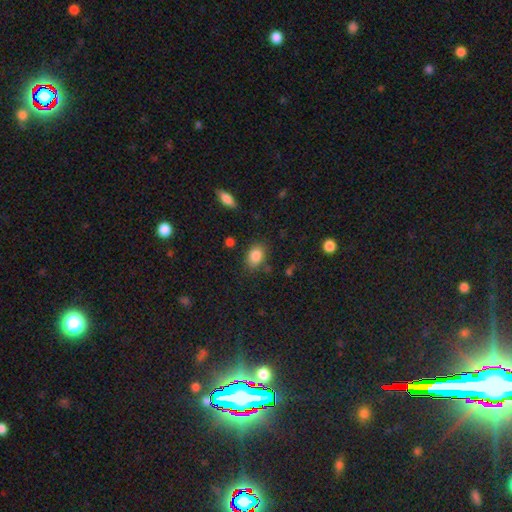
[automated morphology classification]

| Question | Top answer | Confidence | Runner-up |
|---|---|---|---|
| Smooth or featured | smooth | 85% | star or artifact (9%) |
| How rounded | in between | 74% | round (25%) |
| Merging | none | 76% | minor disturbance (16%) |